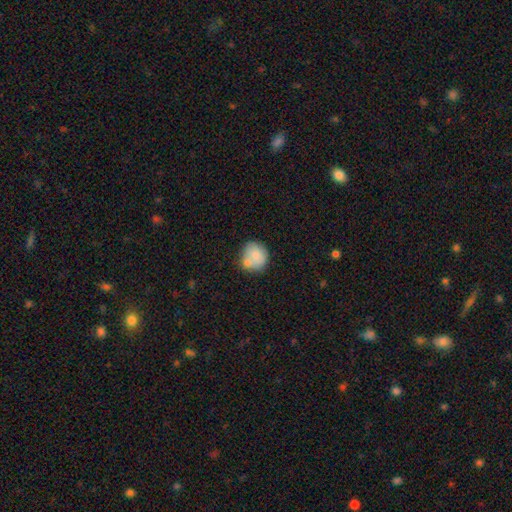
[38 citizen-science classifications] Smooth or featured? smooth (79%)
How rounded? round (87%)
Merging? none (63%)